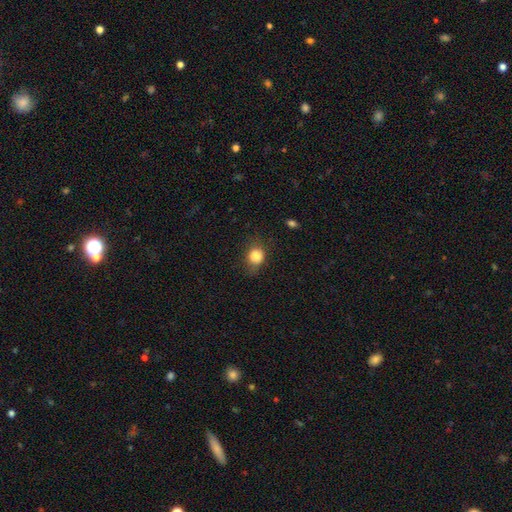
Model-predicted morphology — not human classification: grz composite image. It shows a smooth galaxy with no disk features (83%) that is round (69%). Merging: none (69%).